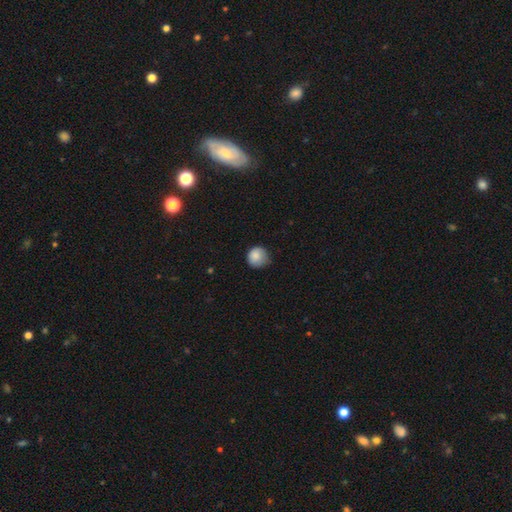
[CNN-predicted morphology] Overall: smooth (84%). How rounded: round (90%). Merging: none (63%; minor disturbance 29%).